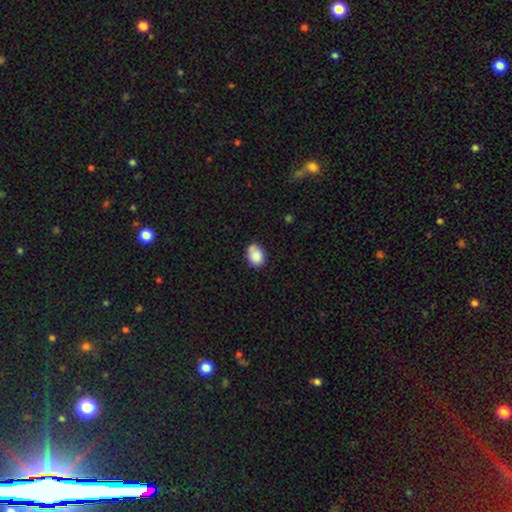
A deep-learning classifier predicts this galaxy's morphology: The model was most divided on "how rounded": in between: 66%, round: 33%, cigar-shaped: 1%. More confident: smooth or featured — smooth (85%); merging — none (61%).